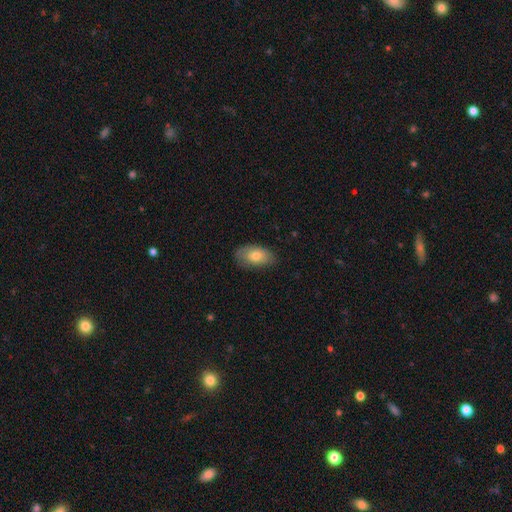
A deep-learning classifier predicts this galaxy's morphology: Q: Smooth or featured?
A: smooth (75%); runner-up: featured or disk (19%)
Q: How rounded?
A: in between (92%); runner-up: round (6%)
Q: Merging?
A: none (78%); runner-up: minor disturbance (18%)